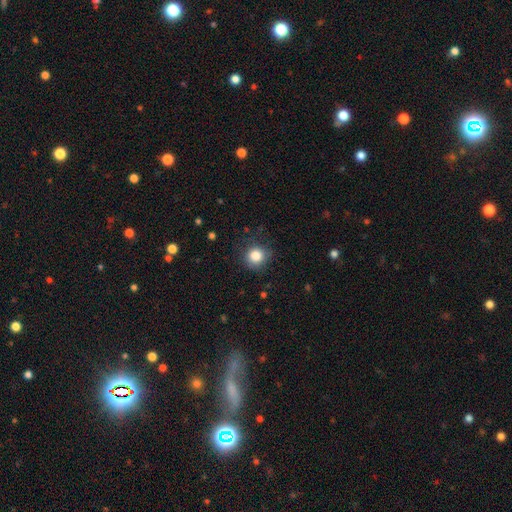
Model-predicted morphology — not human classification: Overall: smooth (84%). How rounded: round (90%). Merging: none (82%).